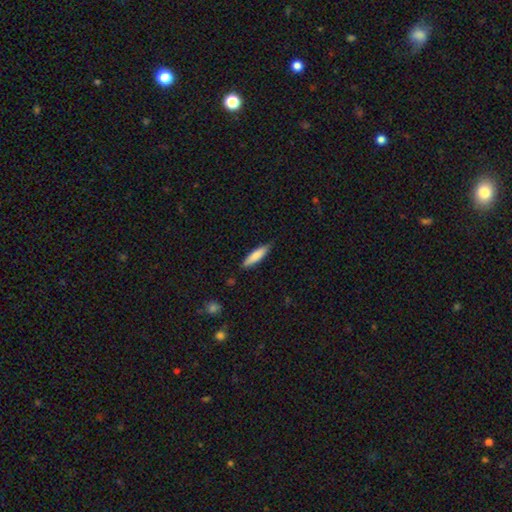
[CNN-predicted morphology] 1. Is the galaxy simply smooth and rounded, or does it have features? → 80% smooth, 14% featured or disk, 6% star or artifact.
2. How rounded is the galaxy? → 74% cigar-shaped, 24% in between, 1% round.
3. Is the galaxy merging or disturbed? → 84% none, 13% minor disturbance, 2% major disturbance, 1% merger.